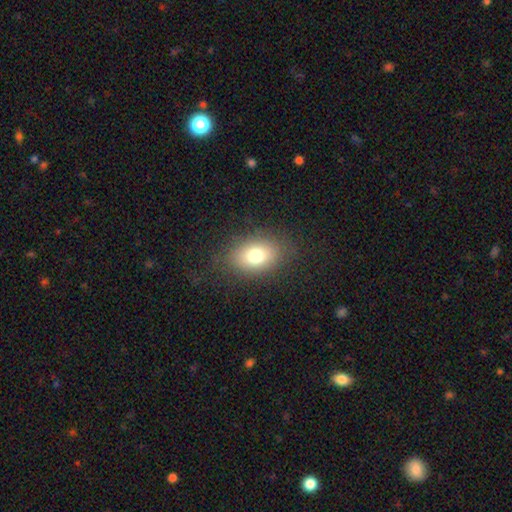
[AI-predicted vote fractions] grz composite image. It shows a smooth galaxy with no disk features (75%) that is in between round and cigar-shaped (76%). Merging: none (82%).